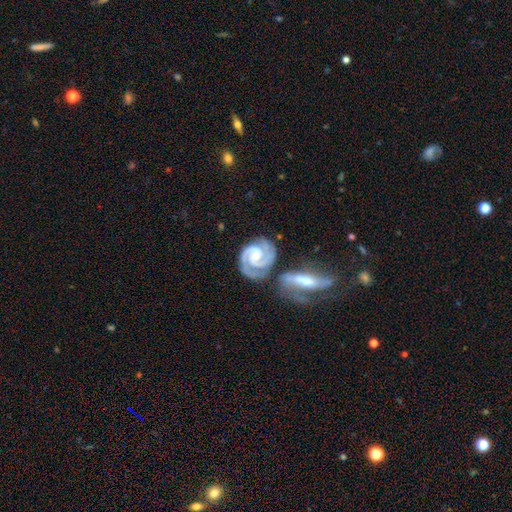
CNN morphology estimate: This is clearly a featured or disk galaxy (93%). It is clearly not viewed edge-on (98%). Bar: possibly no (54%). Spiral arm pattern: clearly yes (99%). Spiral arm count: clearly 2 (85%). Spiral winding: likely tight (66%). Central bulge: possibly small (60%). Merging: likely none (60%).